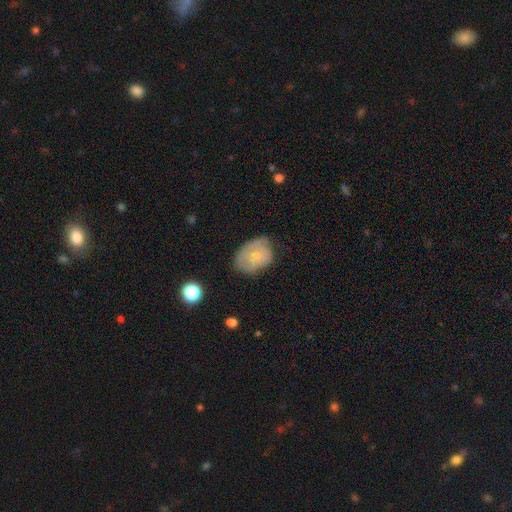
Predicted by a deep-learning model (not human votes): Morphology: type=smooth (58%); roundness=in between (68%); merging=none (49%).